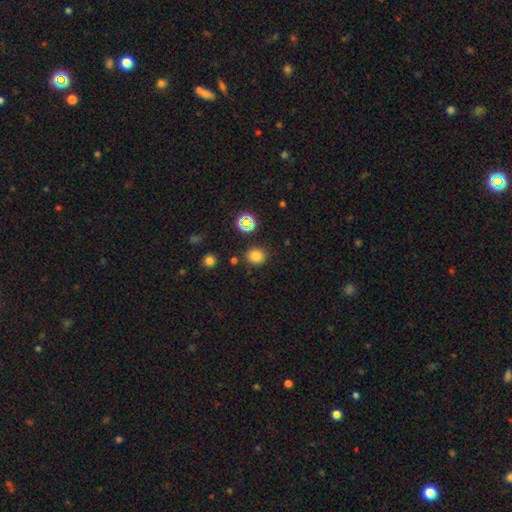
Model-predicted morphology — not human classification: A smooth galaxy with no disk features (78%) that is round (80%). Merging: none (85%).